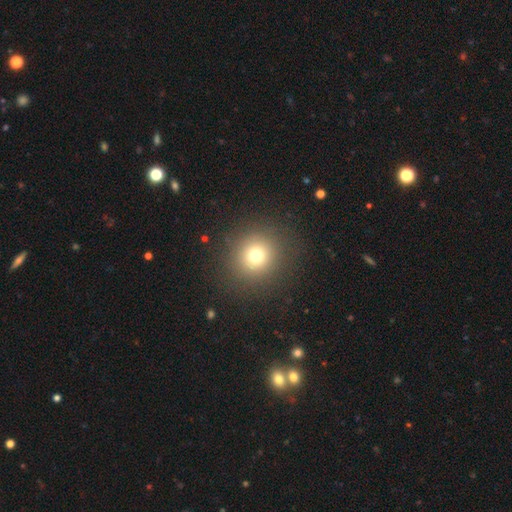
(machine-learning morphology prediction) type=smooth (74%); roundness=round (92%); merging=none (88%).